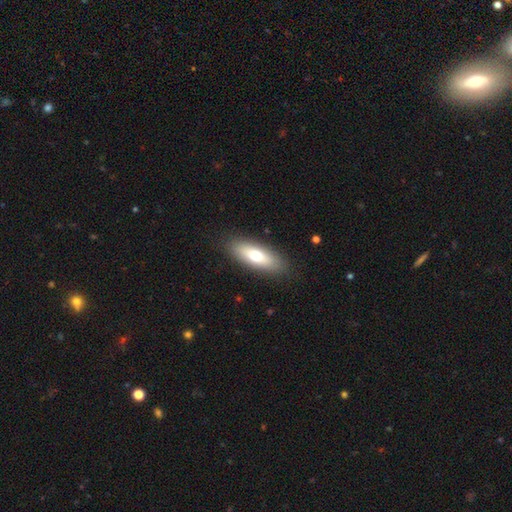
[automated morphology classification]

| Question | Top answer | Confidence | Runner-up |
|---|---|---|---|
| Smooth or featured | smooth | 69% | featured or disk (25%) |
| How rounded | in between | 66% | cigar-shaped (31%) |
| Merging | none | 88% | minor disturbance (9%) |